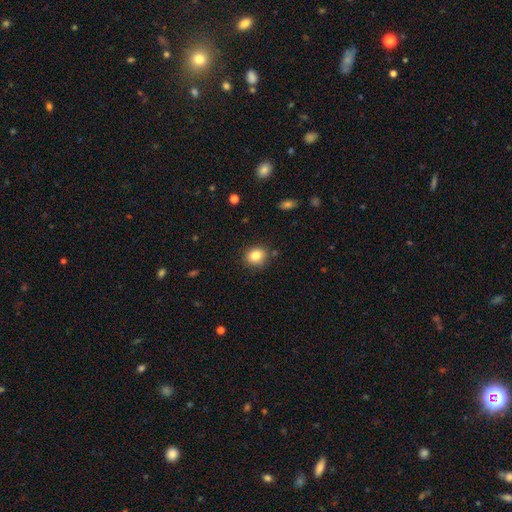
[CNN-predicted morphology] smooth-or-featured: smooth: 83% | star or artifact: 10% | featured or disk: 7%
  how-rounded: round: 78% | in between: 21% | cigar-shaped: 1%
  merging: none: 87% | minor disturbance: 9% | major disturbance: 2% | merger: 2%